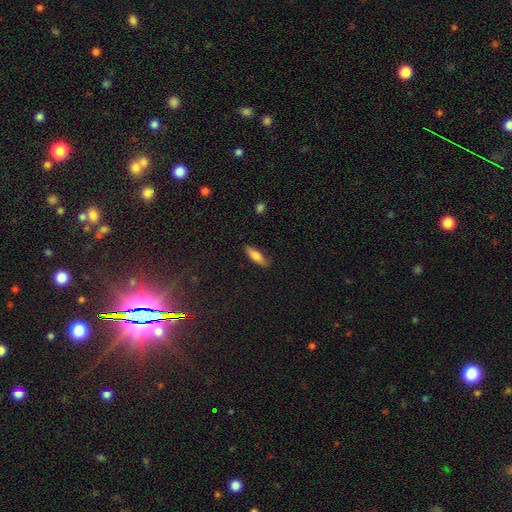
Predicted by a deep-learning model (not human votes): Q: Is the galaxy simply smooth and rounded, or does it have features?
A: smooth — 75%.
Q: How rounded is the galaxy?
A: cigar-shaped — 53%.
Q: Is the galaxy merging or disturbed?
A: none — 80%.